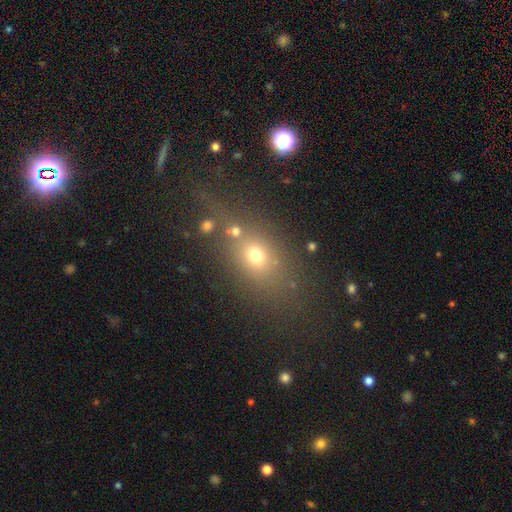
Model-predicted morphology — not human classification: Overall: smooth (65%). How rounded: in between (56%; round 39%). Merging: none (60%).